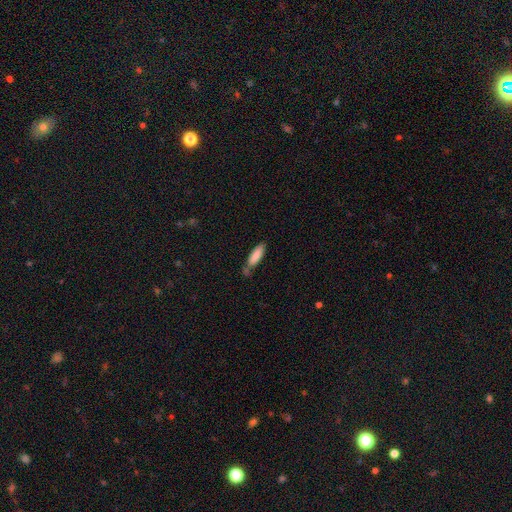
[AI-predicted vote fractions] Q: Smooth or featured?
A: smooth (84%); runner-up: featured or disk (9%)
Q: How rounded?
A: cigar-shaped (53%); runner-up: in between (45%)
Q: Merging?
A: none (56%); runner-up: minor disturbance (23%)